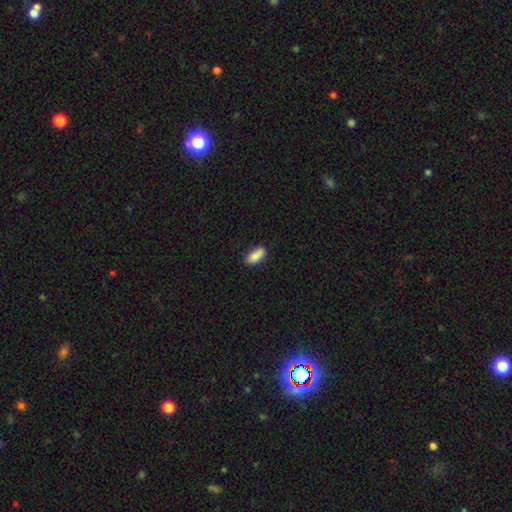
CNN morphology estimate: smooth 82%, featured or disk 11%, star or artifact 7%. Down the decision tree: how rounded — in between (76%); merging — none (77%).